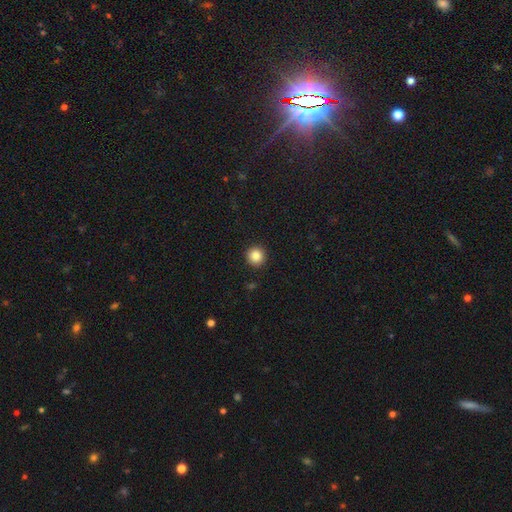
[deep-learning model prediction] smooth 86%, star or artifact 10%, featured or disk 4%. Down the decision tree: how rounded — round (95%); merging — none (93%).